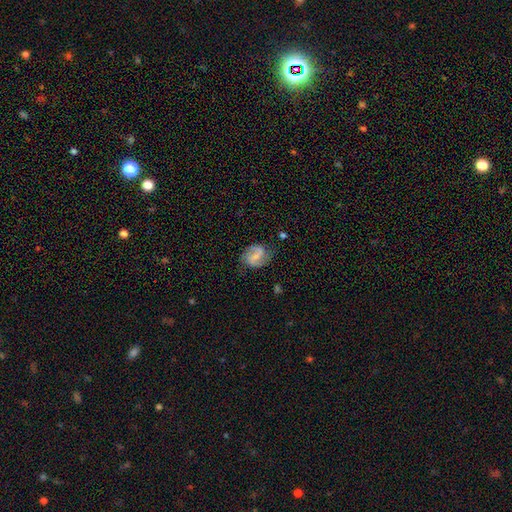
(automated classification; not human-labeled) Smooth or featured: featured or disk — 70% (smooth — 23%)
Edge-on disk: no — 98% (yes — 2%)
Bar: weak — 49% (strong — 27%)
Spiral arms: yes — 92% (no — 8%)
Spiral winding: medium — 45% (loose — 37%)
Spiral arm count: 2 — 88% (can't tell — 5%)
Bulge size: small — 48% (none — 27%)
Merging: none — 72% (minor disturbance — 19%)